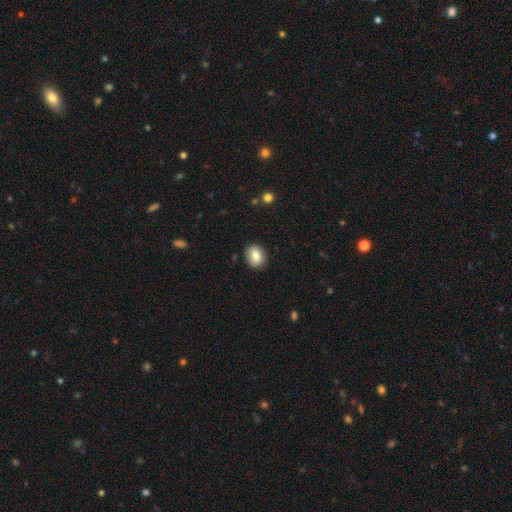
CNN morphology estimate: Smooth or featured? Predicted: smooth (p=0.80). How rounded? Predicted: in between (p=0.52). Merging? Predicted: none (p=0.87).